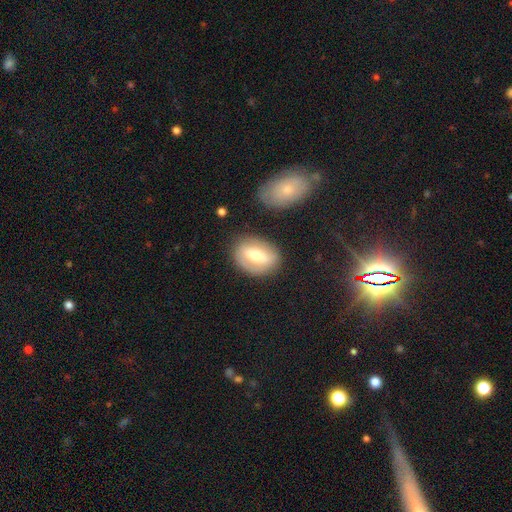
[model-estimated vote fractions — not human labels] Smooth or featured?
  - featured or disk: 48% *
  - smooth: 45%
  - star or artifact: 7%
Merging?
  - none: 79% *
  - minor disturbance: 13%
  - major disturbance: 4%
  - merger: 3%